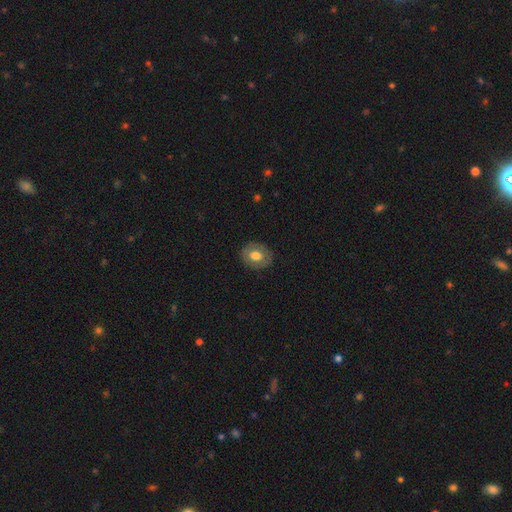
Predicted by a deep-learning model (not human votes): A smooth galaxy with no disk features (63%) that is round (54%).

Vote fractions:
- Smooth or featured? smooth: 63% / featured or disk: 30% / star or artifact: 7%
- How rounded? round: 54% / in between: 45% / cigar-shaped: 1%
- Merging? none: 85% / minor disturbance: 11% / major disturbance: 3% / merger: 1%